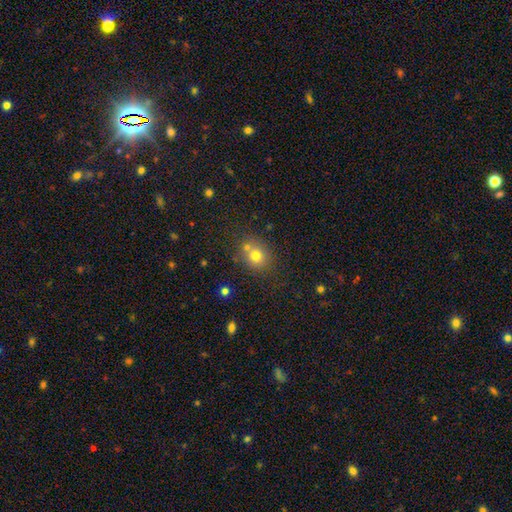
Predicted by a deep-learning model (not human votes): Smooth or featured?
  - smooth: 74% *
  - star or artifact: 15%
  - featured or disk: 11%
How rounded?
  - round: 75% *
  - in between: 24%
  - cigar-shaped: 1%
Merging?
  - none: 65% *
  - merger: 20%
  - minor disturbance: 11%
  - major disturbance: 4%